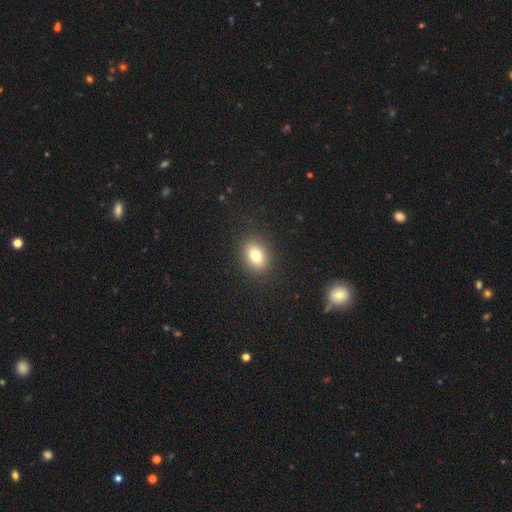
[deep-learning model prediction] Smooth or featured?
  - smooth: 79% *
  - star or artifact: 11%
  - featured or disk: 10%
How rounded?
  - in between: 63% *
  - round: 35%
  - cigar-shaped: 1%
Merging?
  - none: 89% *
  - minor disturbance: 8%
  - major disturbance: 3%
  - merger: 1%